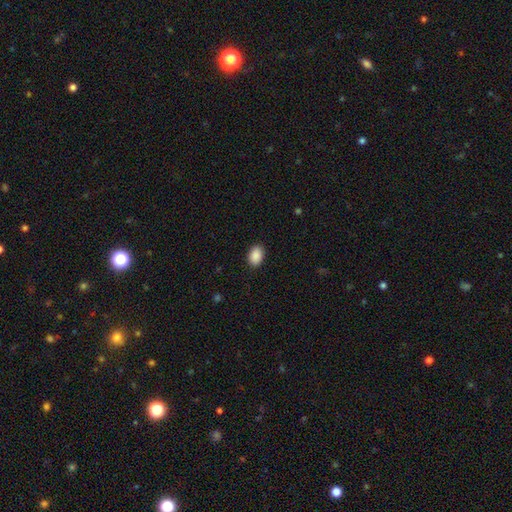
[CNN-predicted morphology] smooth 90%, star or artifact 7%, featured or disk 3%. Down the decision tree: how rounded — in between (85%); merging — none (90%).